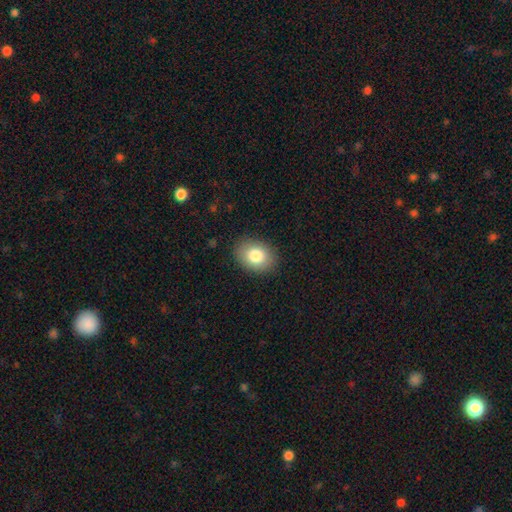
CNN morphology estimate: This appears to be a smooth galaxy with no disk features (82%) that is in between round and cigar-shaped (63%). Merging: none (88%).